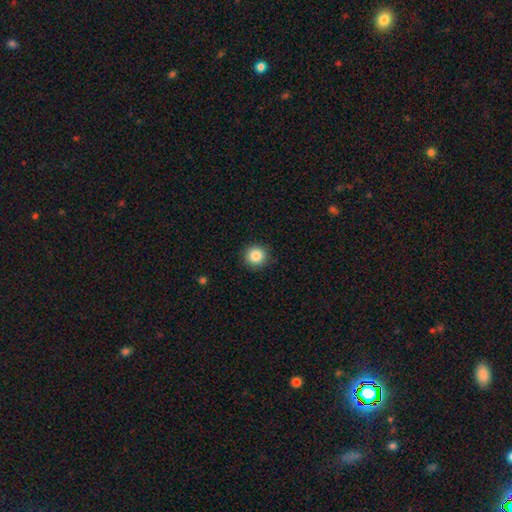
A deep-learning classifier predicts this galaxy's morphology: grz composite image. It shows a smooth galaxy with no disk features (86%) that is round (94%). Merging: none (91%).